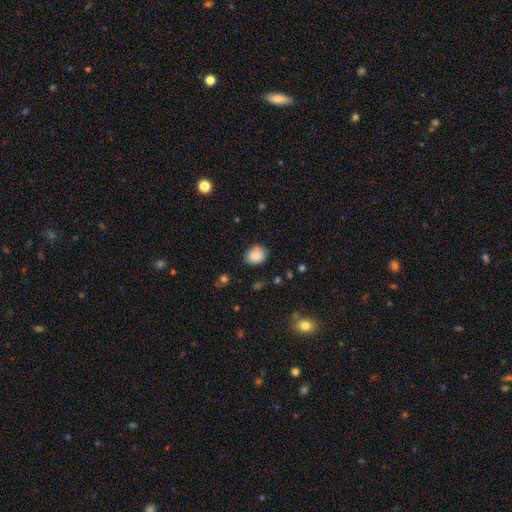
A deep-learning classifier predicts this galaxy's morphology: type=smooth (84%); roundness=in between (52%); merging=none (77%).